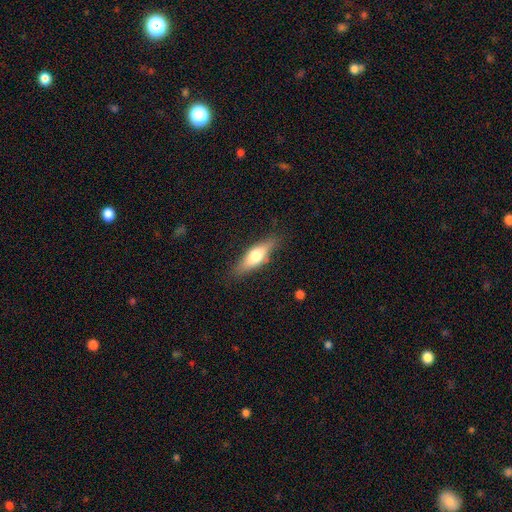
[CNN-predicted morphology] Smooth or featured? Predicted: smooth (p=0.57). How rounded? Predicted: cigar-shaped (p=0.49). Merging? Predicted: none (p=0.81).